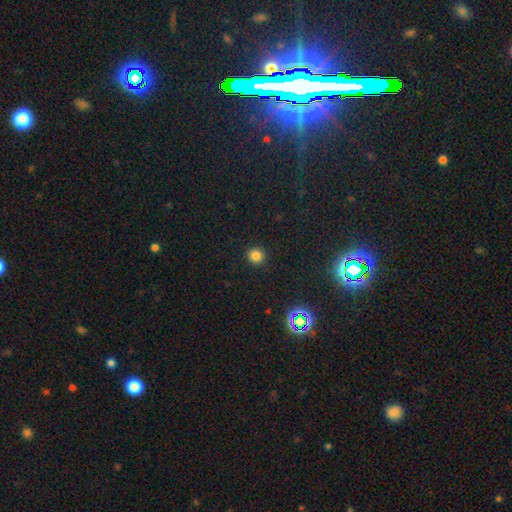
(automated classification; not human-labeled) Smooth or featured: smooth — 81% (star or artifact — 15%)
How rounded: round — 95% (in between — 4%)
Merging: none — 92% (minor disturbance — 5%)